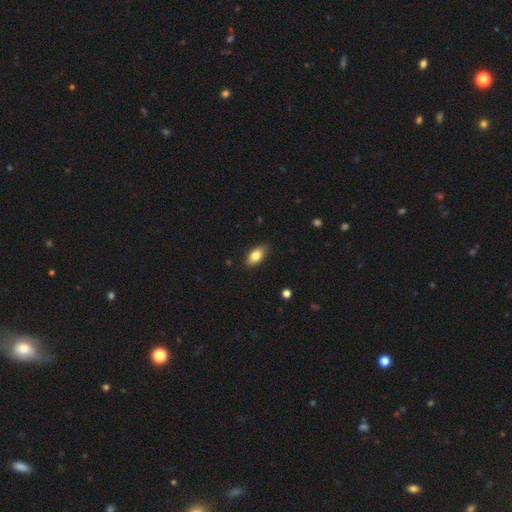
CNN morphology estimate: smooth 81%, featured or disk 12%, star or artifact 7%. Down the decision tree: how rounded — in between (89%); merging — none (84%).